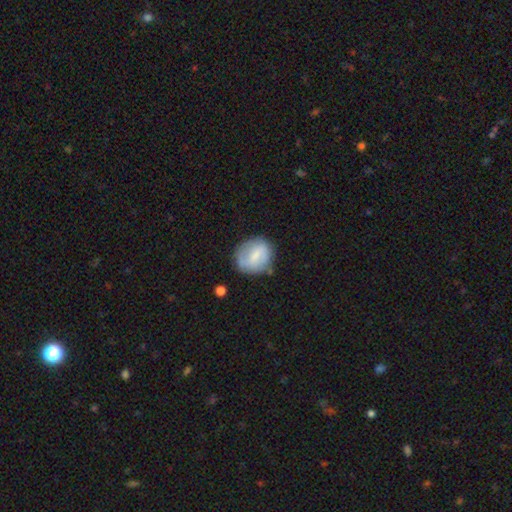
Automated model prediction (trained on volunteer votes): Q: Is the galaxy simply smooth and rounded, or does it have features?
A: smooth — 59%.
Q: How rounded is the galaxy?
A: round — 74%.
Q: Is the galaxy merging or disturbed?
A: none — 65%.